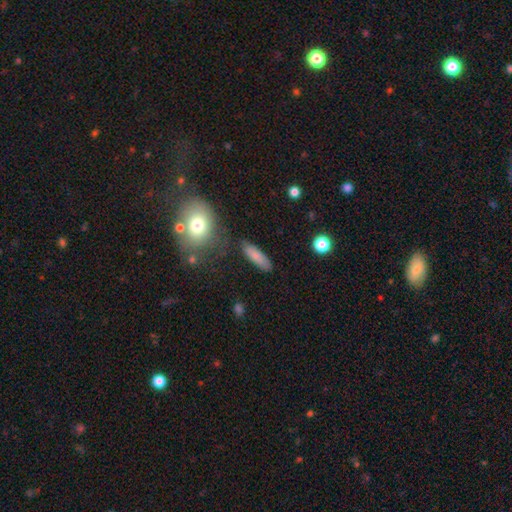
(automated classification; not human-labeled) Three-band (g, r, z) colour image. It shows a smooth galaxy with no disk features (82%) that is cigar-shaped (57%). Merging: none (83%).